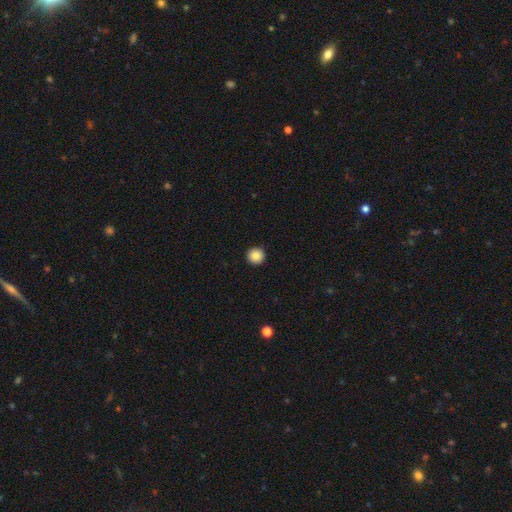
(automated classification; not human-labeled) A smooth galaxy with no disk features (87%) that is round (96%).

Vote fractions:
- Smooth or featured? smooth: 87% / star or artifact: 10% / featured or disk: 3%
- How rounded? round: 96% / in between: 3% / cigar-shaped: 1%
- Merging? none: 93% / minor disturbance: 4% / major disturbance: 2% / merger: 1%